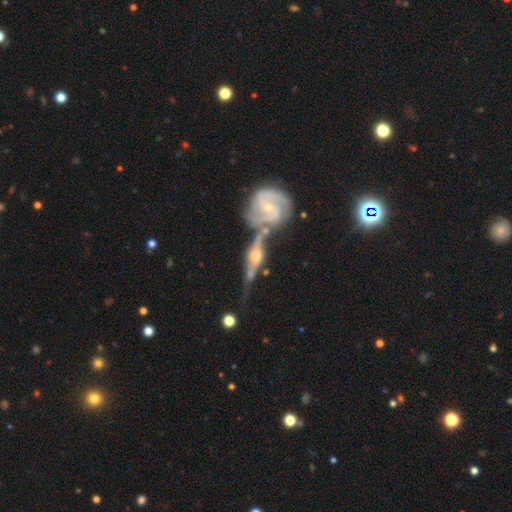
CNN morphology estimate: Smooth or featured?
  - featured or disk: 85% *
  - smooth: 10%
  - star or artifact: 5%
Edge-on disk?
  - yes: 62% *
  - no: 38%
Edge-on bulge?
  - rounded: 91% *
  - boxy: 6%
  - none: 3%
Merging?
  - merger: 43% *
  - none: 31%
  - minor disturbance: 15%
  - major disturbance: 10%